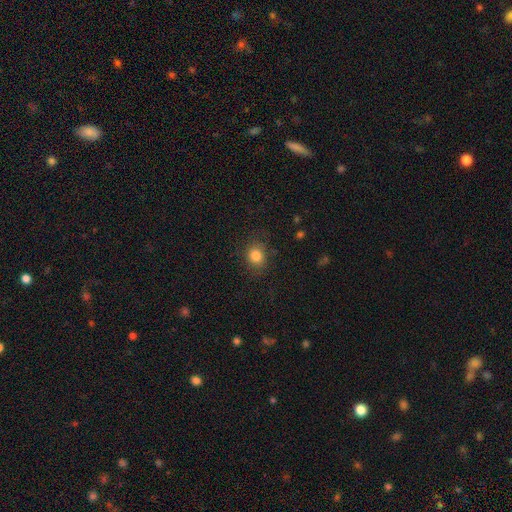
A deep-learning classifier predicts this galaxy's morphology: This is clearly a smooth galaxy (83%). How rounded: likely round (70%). Merging: clearly none (82%).